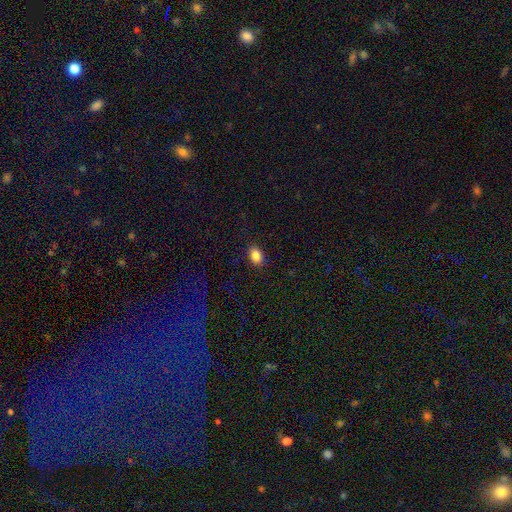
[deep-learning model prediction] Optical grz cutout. It shows a smooth galaxy with no disk features (86%) that is in between round and cigar-shaped (80%). Merging: none (88%).